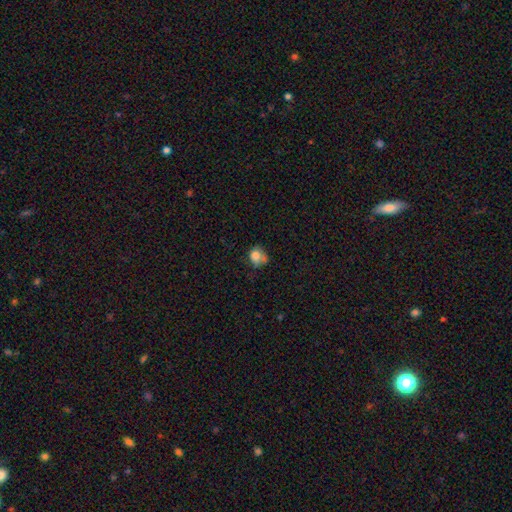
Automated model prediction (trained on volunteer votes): smooth 76%, featured or disk 13%, star or artifact 11%. Down the decision tree: how rounded — round (63%); merging — none (40%).